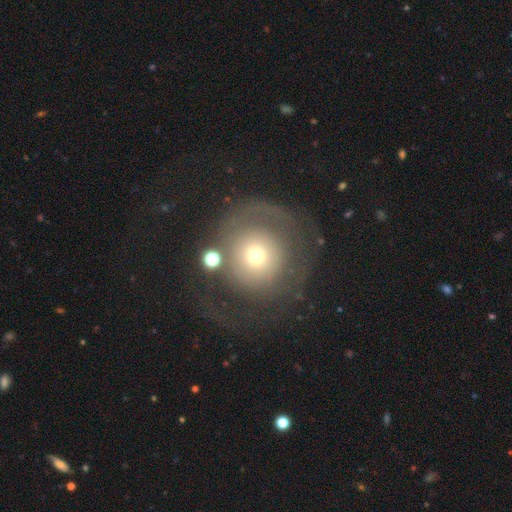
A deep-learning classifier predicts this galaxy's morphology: smooth_or_featured: smooth (p=0.46) [alt: featured or disk p=0.42]
merging: none (p=0.46) [alt: major disturbance p=0.33]